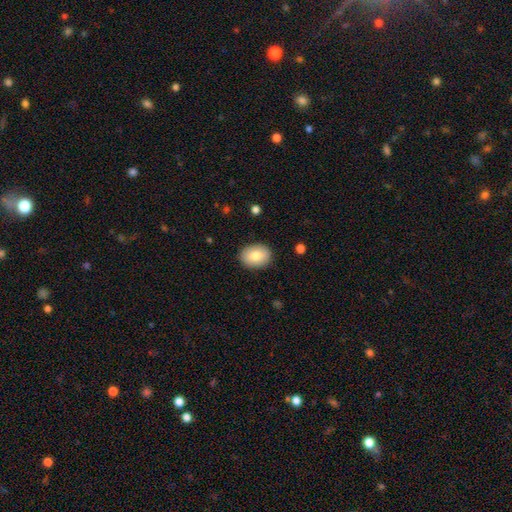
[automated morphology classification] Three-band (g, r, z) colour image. It shows a smooth galaxy with no disk features (82%) that is in between round and cigar-shaped (68%). Merging: none (89%).